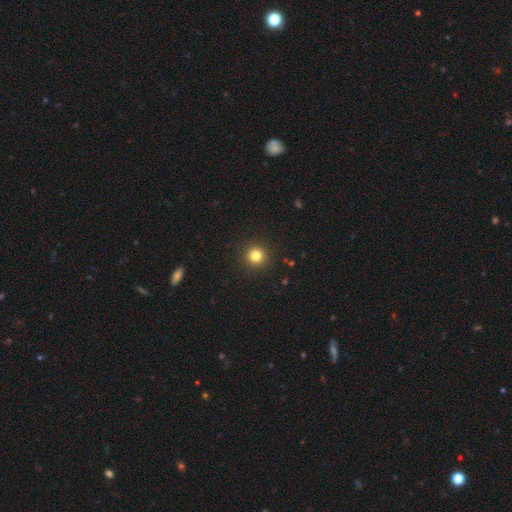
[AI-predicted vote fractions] Smooth or featured: smooth — 82% (star or artifact — 13%)
How rounded: round — 95% (in between — 4%)
Merging: none — 93% (minor disturbance — 4%)